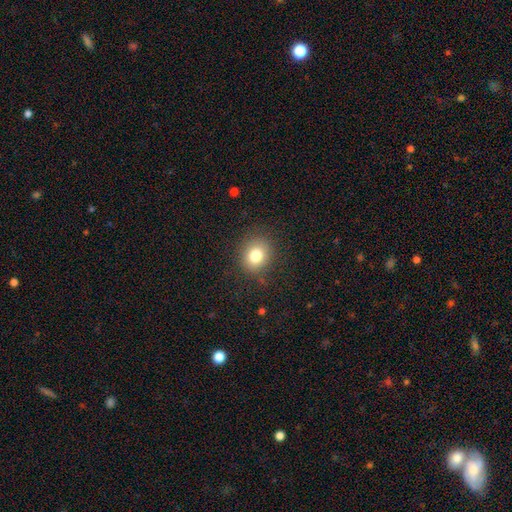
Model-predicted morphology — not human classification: Smooth or featured? Predicted: smooth (p=0.80). How rounded? Predicted: round (p=0.71). Merging? Predicted: none (p=0.86).